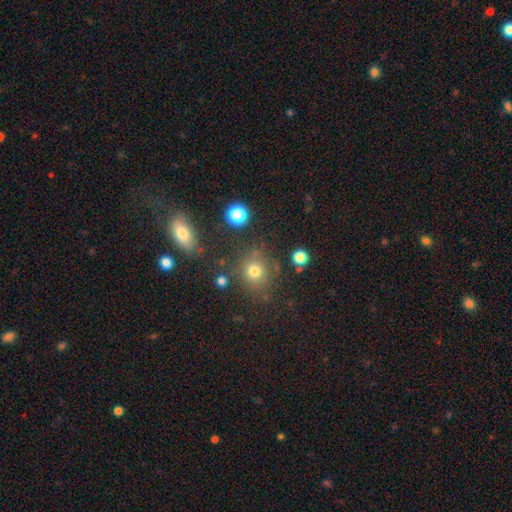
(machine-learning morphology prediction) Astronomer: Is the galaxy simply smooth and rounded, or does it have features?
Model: smooth — 65%.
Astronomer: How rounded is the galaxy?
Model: round — 79%.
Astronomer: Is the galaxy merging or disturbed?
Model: none — 74%.